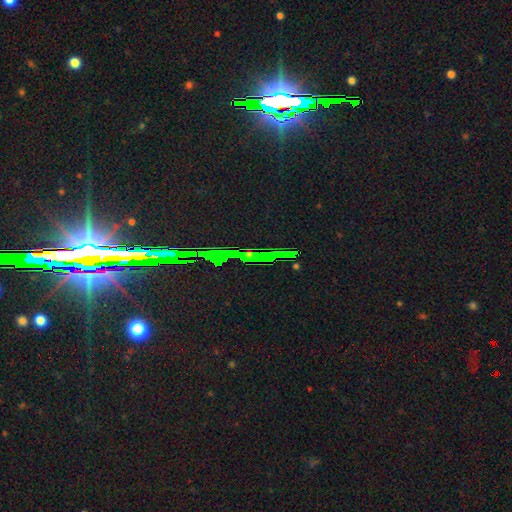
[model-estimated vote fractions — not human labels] This appears to be a star or artifact, not a galaxy (83%).